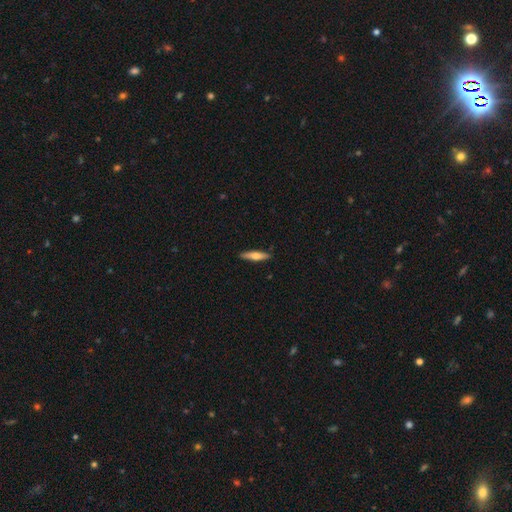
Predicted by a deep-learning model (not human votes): smooth_or_featured: smooth (p=0.56) [alt: featured or disk p=0.39]
how_rounded: cigar-shaped (p=0.81) [alt: in between p=0.18]
merging: none (p=0.90) [alt: minor disturbance p=0.07]